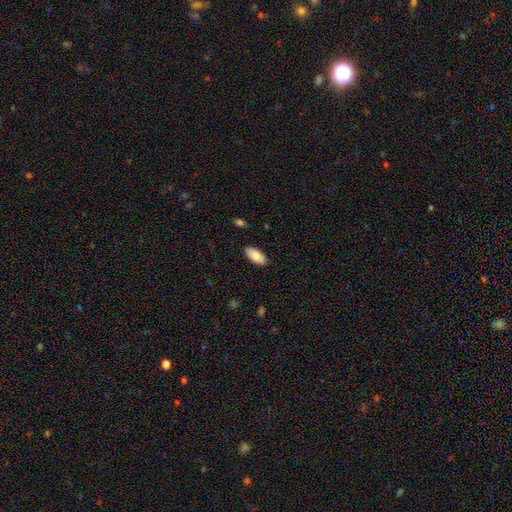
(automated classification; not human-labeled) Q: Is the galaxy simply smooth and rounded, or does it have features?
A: smooth — 86%.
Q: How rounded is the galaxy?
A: in between — 92%.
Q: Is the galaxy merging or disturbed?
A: none — 88%.